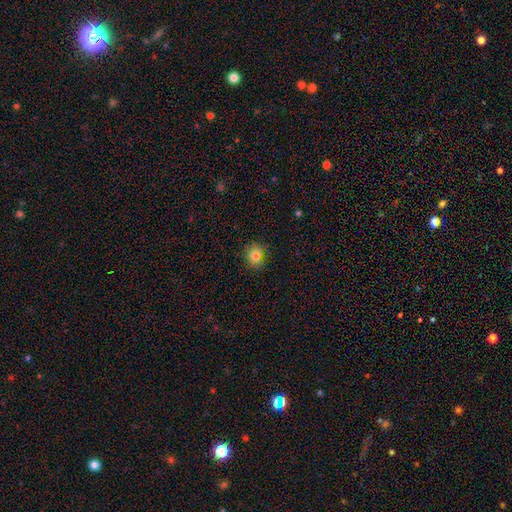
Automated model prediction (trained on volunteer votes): Overall: smooth (82%). How rounded: round (74%). Merging: none (85%).